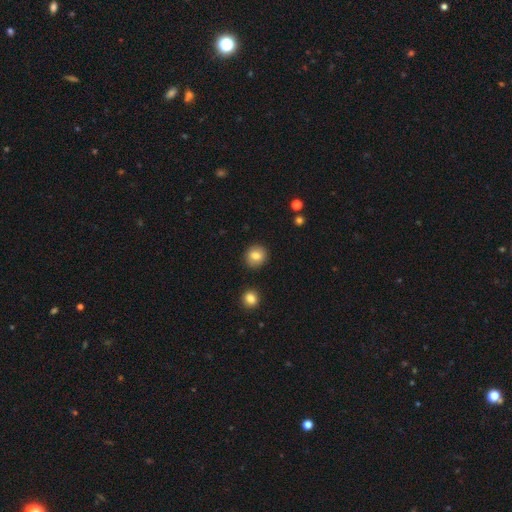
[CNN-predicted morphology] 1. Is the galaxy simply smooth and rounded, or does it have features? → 82% smooth, 9% star or artifact, 9% featured or disk.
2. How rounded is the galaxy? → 85% round, 14% in between, 1% cigar-shaped.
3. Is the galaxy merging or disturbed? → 90% none, 6% minor disturbance, 2% merger, 2% major disturbance.